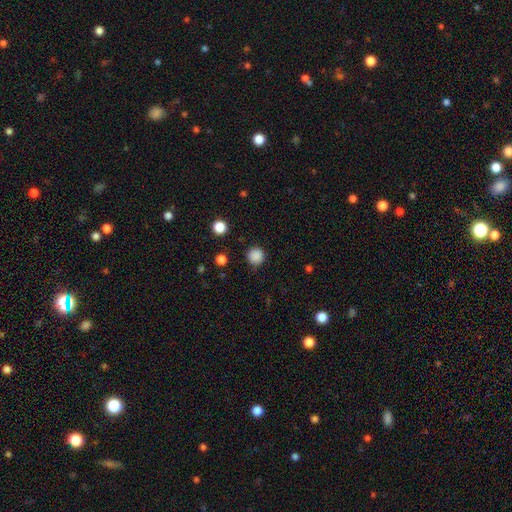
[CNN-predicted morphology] This is clearly a smooth galaxy (86%). How rounded: clearly round (95%). Merging: clearly none (87%).